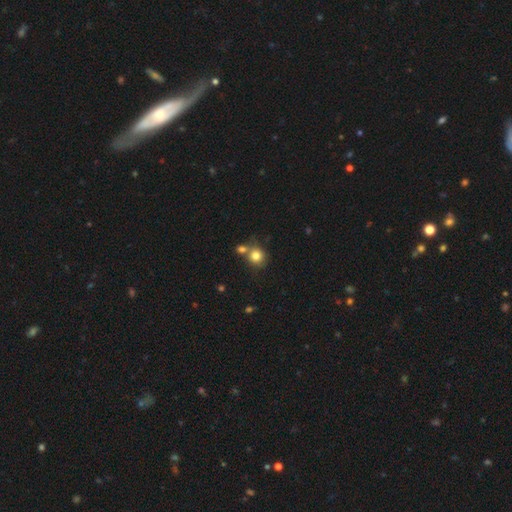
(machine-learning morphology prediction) Smooth or featured? smooth (81%)
How rounded? round (85%)
Merging? none (57%)